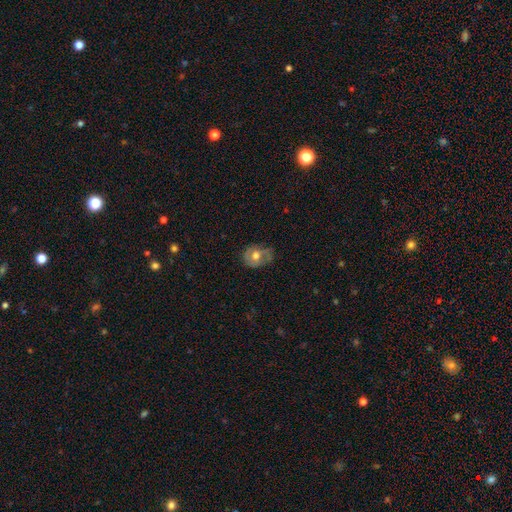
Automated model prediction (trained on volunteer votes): The model was most divided on "smooth or featured": smooth: 48%, featured or disk: 43%, star or artifact: 8%. More confident: merging — none (53%).